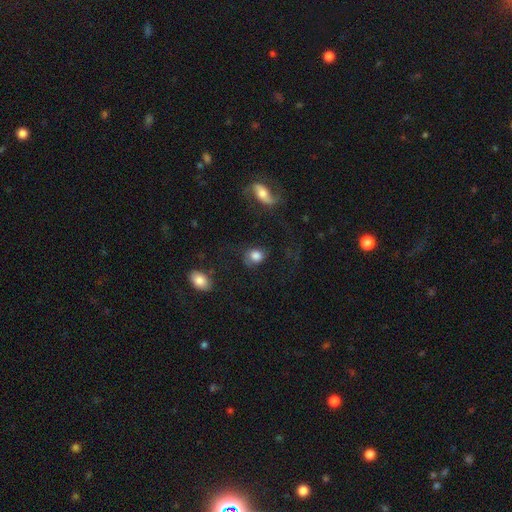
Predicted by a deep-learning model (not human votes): smooth 74%, featured or disk 16%, star or artifact 10%. Down the decision tree: how rounded — round (60%); merging — none (58%).